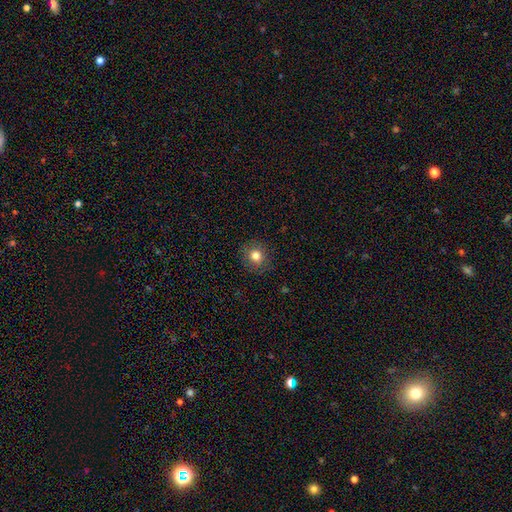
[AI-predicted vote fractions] Smooth or featured? Predicted: smooth (p=0.80). How rounded? Predicted: round (p=0.85). Merging? Predicted: none (p=0.88).